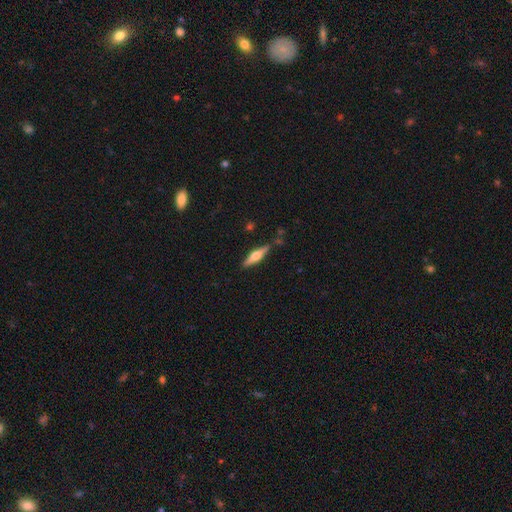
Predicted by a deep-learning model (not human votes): Morphology: type=featured or disk (63%); edge-on=yes (96%); edge-on bulge=rounded (93%); merging=none (83%).